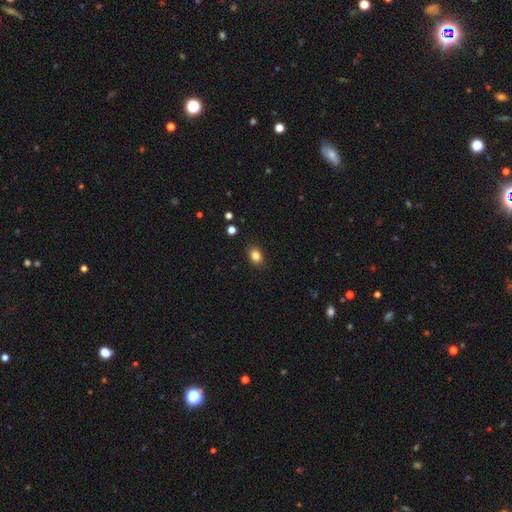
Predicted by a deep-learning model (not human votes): This is clearly a smooth galaxy (83%). How rounded: likely in between (67%). Merging: clearly none (88%).